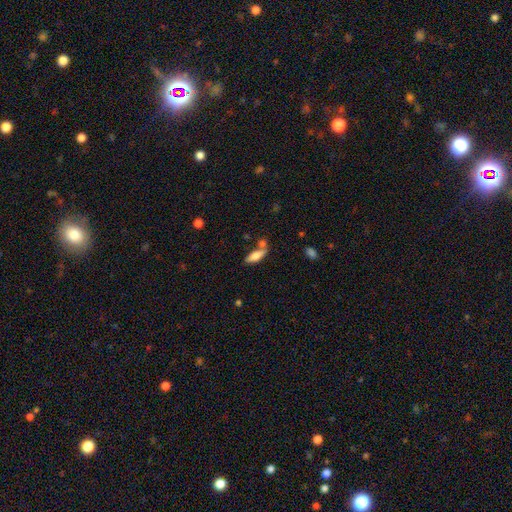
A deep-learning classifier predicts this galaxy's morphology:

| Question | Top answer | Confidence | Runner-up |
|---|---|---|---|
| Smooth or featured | smooth | 70% | featured or disk (23%) |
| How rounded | in between | 61% | cigar-shaped (37%) |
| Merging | none | 60% | merger (19%) |